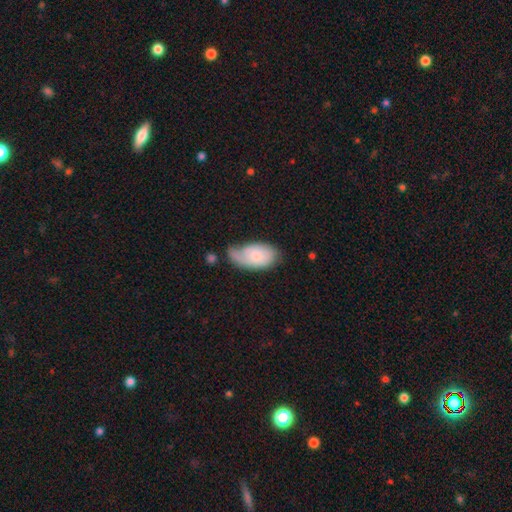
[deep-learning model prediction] This is likely a smooth galaxy (61%). How rounded: clearly in between (94%). Merging: marginally minor disturbance (37%).